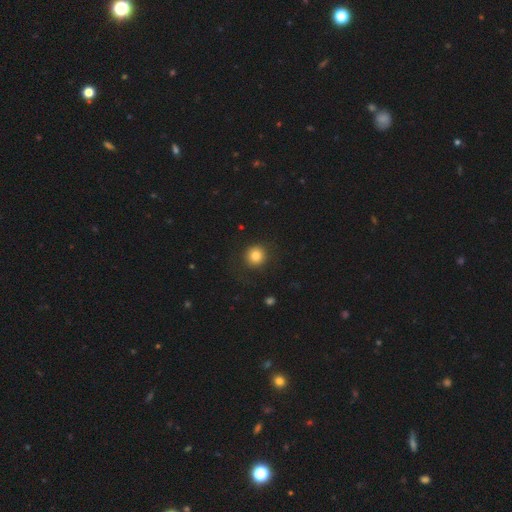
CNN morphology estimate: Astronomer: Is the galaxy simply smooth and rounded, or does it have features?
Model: smooth — 82%.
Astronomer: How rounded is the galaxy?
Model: round — 93%.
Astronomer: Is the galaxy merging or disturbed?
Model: none — 88%.